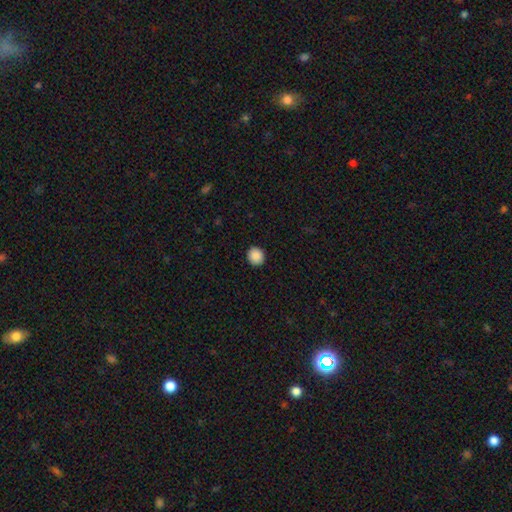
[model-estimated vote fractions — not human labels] smooth-or-featured: smooth: 89% | star or artifact: 9% | featured or disk: 2%
  how-rounded: round: 85% | in between: 14% | cigar-shaped: 1%
  merging: none: 92% | minor disturbance: 5% | major disturbance: 2% | merger: 1%